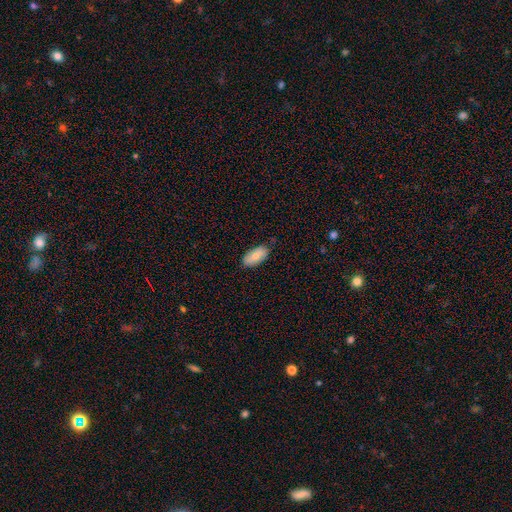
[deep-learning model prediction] Smooth or featured? Predicted: smooth (p=0.80). How rounded? Predicted: in between (p=0.90). Merging? Predicted: none (p=0.82).